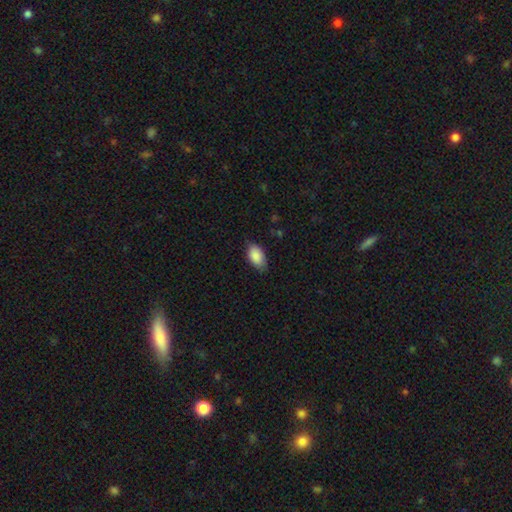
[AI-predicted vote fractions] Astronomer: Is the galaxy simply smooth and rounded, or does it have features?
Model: smooth — 89%.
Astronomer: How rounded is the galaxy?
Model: in between — 93%.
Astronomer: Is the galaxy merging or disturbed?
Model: none — 74%.